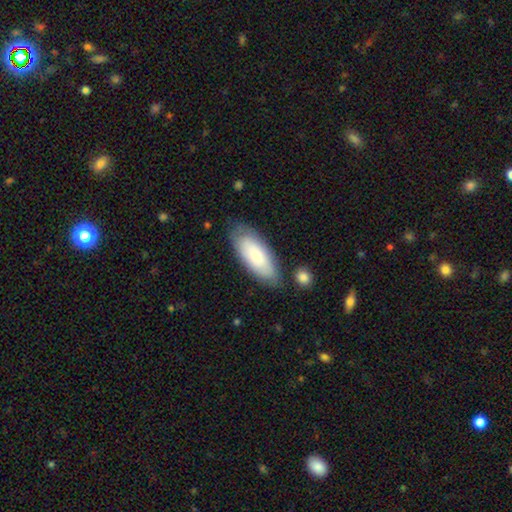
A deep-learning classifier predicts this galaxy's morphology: This is likely a smooth galaxy (68%). How rounded: clearly in between (82%). Merging: likely none (75%).